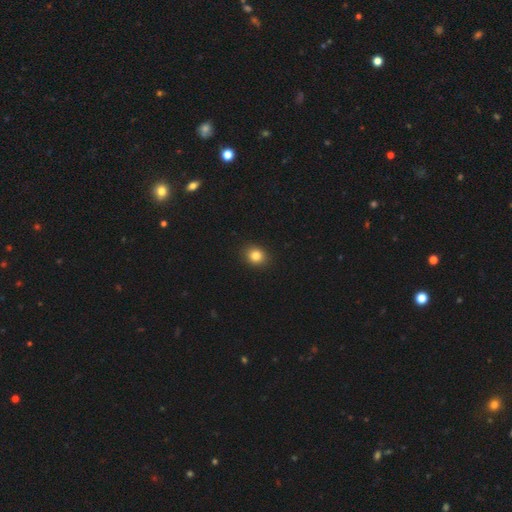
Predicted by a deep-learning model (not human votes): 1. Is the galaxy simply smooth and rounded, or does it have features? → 83% smooth, 11% star or artifact, 5% featured or disk.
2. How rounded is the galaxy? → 72% round, 27% in between, 1% cigar-shaped.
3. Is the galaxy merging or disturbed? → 91% none, 6% minor disturbance, 2% major disturbance, 1% merger.